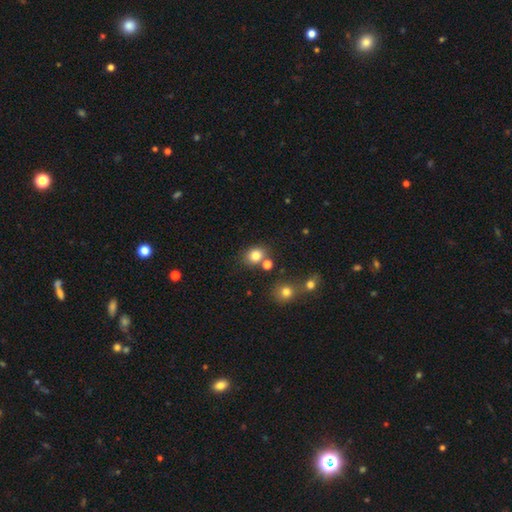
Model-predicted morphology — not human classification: The model was most divided on "how rounded": round: 62%, in between: 37%, cigar-shaped: 1%. More confident: smooth or featured — smooth (80%); merging — none (67%).